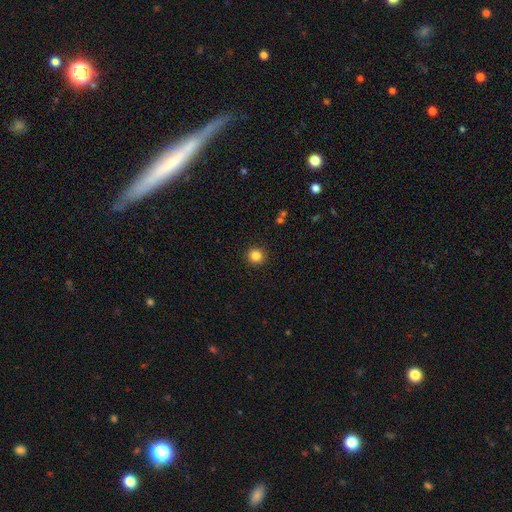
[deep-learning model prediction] Overall: smooth (85%). How rounded: round (94%). Merging: none (92%).